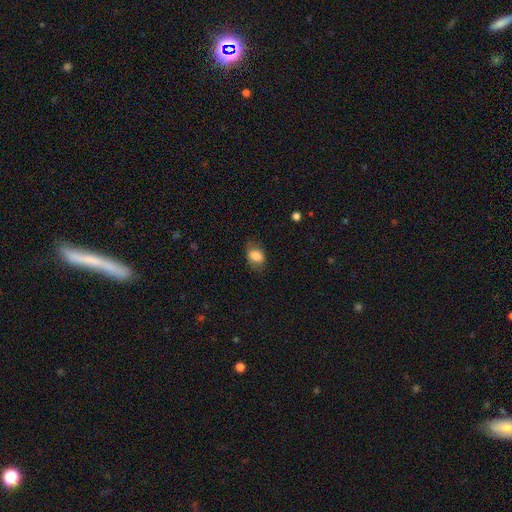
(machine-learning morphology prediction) This appears to be a smooth galaxy with no disk features (81%) that is in between round and cigar-shaped (75%). Merging: none (73%).